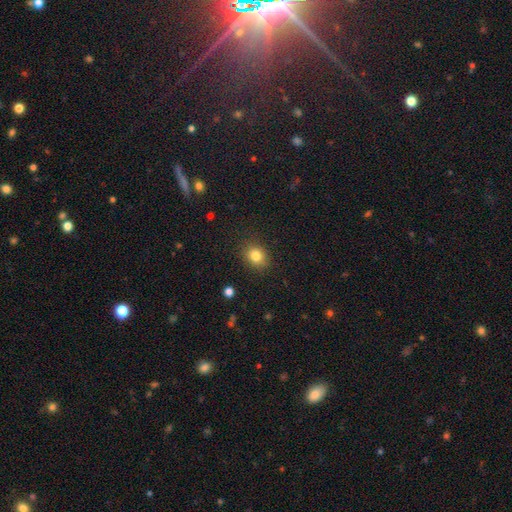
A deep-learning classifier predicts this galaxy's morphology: A smooth galaxy with no disk features (83%) that is round (52%).

Vote fractions:
- Smooth or featured? smooth: 83% / star or artifact: 11% / featured or disk: 7%
- How rounded? round: 52% / in between: 47% / cigar-shaped: 1%
- Merging? none: 87% / minor disturbance: 10% / major disturbance: 3% / merger: 1%